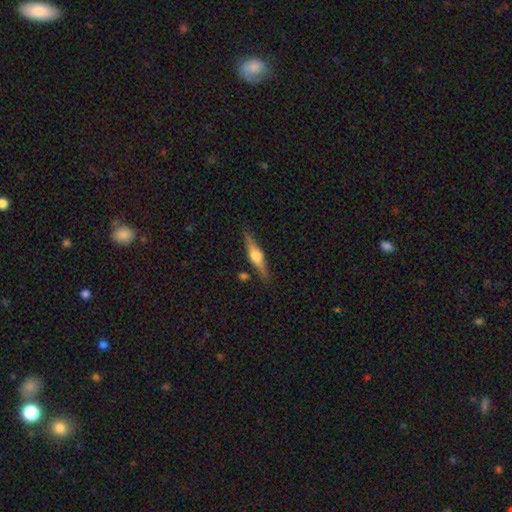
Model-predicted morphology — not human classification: Smooth or featured? featured or disk (61%)
Edge-on disk? yes (96%)
Edge-on bulge? rounded (91%)
Merging? none (85%)